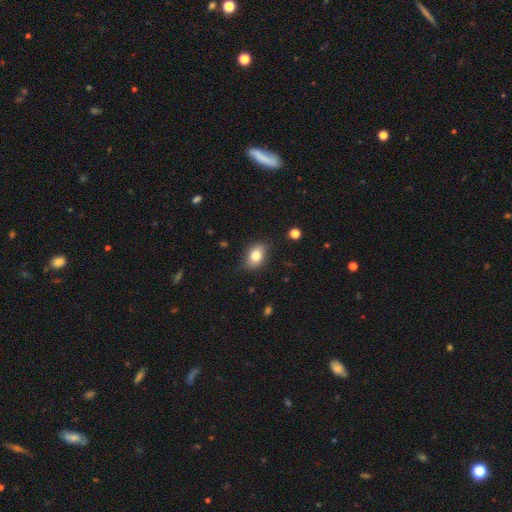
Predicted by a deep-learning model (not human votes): Q: Smooth or featured?
A: smooth (80%); runner-up: featured or disk (12%)
Q: How rounded?
A: in between (80%); runner-up: round (18%)
Q: Merging?
A: none (81%); runner-up: minor disturbance (15%)